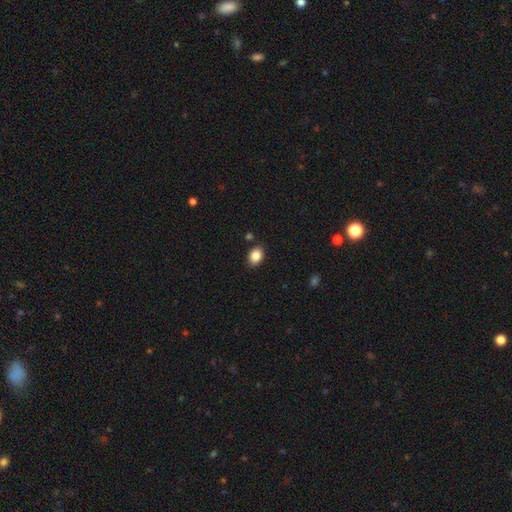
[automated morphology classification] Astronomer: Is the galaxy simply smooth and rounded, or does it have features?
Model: smooth — 86%.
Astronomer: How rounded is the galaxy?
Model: in between — 71%.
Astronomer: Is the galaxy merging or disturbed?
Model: none — 86%.